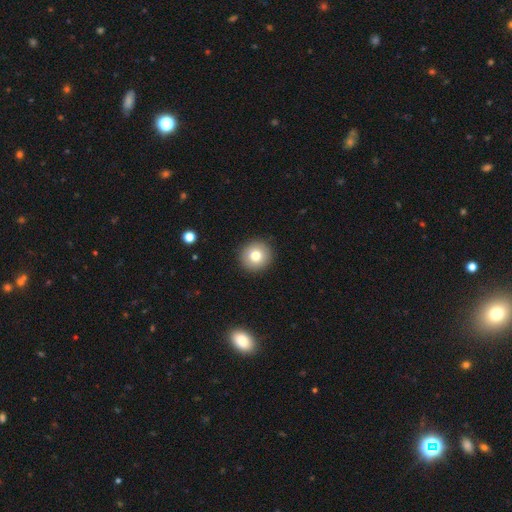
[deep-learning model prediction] Smooth or featured: smooth — 78% (featured or disk — 12%)
How rounded: round — 94% (in between — 5%)
Merging: none — 92% (minor disturbance — 5%)